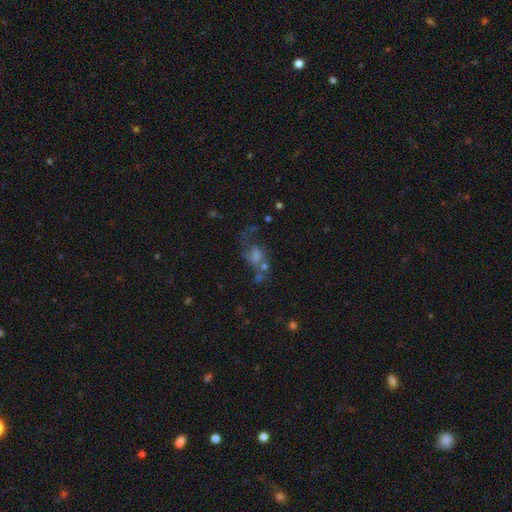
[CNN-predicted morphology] A featured or disk galaxy (47%).

Vote fractions:
- Smooth or featured? featured or disk: 47% / smooth: 30% / star or artifact: 23%
- Merging? none: 35% / major disturbance: 31% / merger: 19% / minor disturbance: 16%